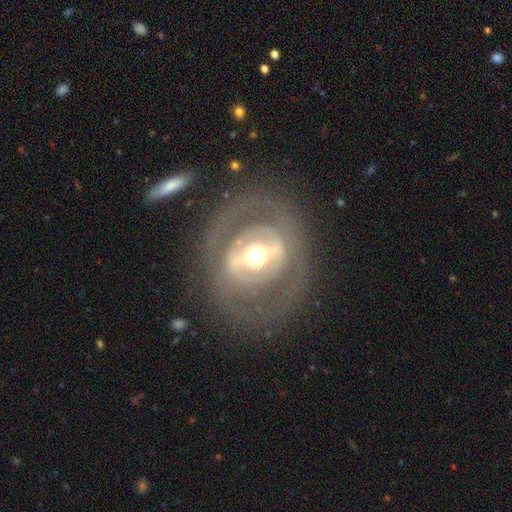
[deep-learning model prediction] Q: Smooth or featured?
A: featured or disk (76%); runner-up: smooth (18%)
Q: Edge-on disk?
A: no (93%); runner-up: yes (7%)
Q: Bar?
A: strong (51%); runner-up: weak (27%)
Q: Spiral arms?
A: no (64%); runner-up: yes (36%)
Q: Bulge size?
A: moderate (68%); runner-up: large (16%)
Q: Merging?
A: none (75%); runner-up: minor disturbance (12%)